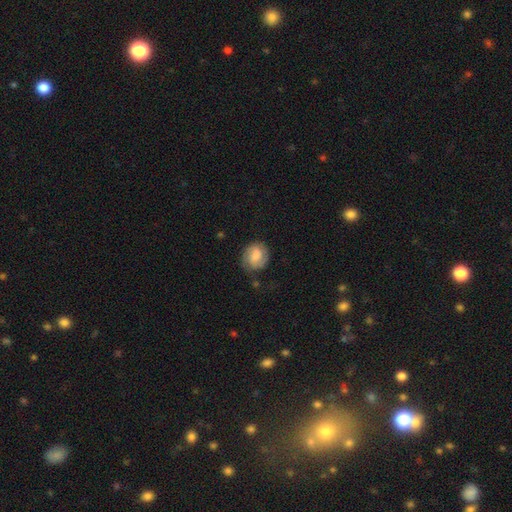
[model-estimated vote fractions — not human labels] smooth_or_featured: smooth (p=0.51) [alt: featured or disk p=0.41]
how_rounded: round (p=0.71) [alt: in between p=0.28]
merging: none (p=0.73) [alt: minor disturbance p=0.18]